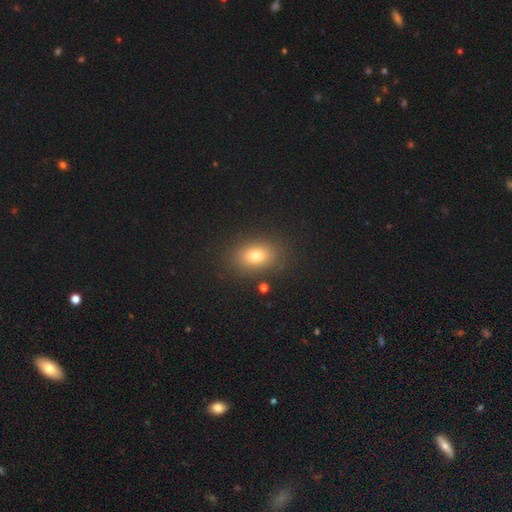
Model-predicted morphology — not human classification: smooth-or-featured: smooth: 77% | star or artifact: 13% | featured or disk: 11%
  how-rounded: in between: 76% | round: 22% | cigar-shaped: 2%
  merging: none: 87% | minor disturbance: 8% | major disturbance: 3% | merger: 2%